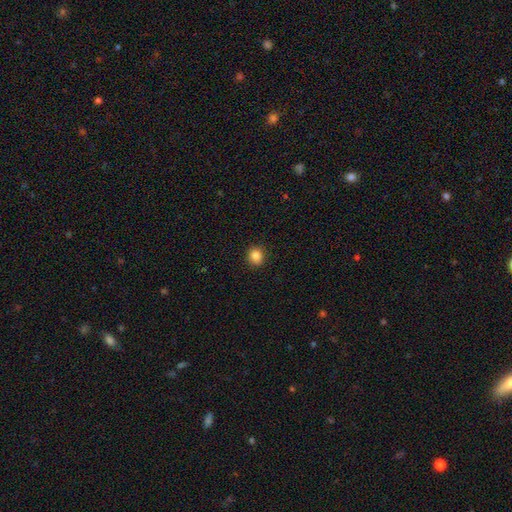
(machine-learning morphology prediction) Q: Smooth or featured?
A: smooth (86%); runner-up: star or artifact (10%)
Q: How rounded?
A: round (80%); runner-up: in between (19%)
Q: Merging?
A: none (91%); runner-up: minor disturbance (6%)